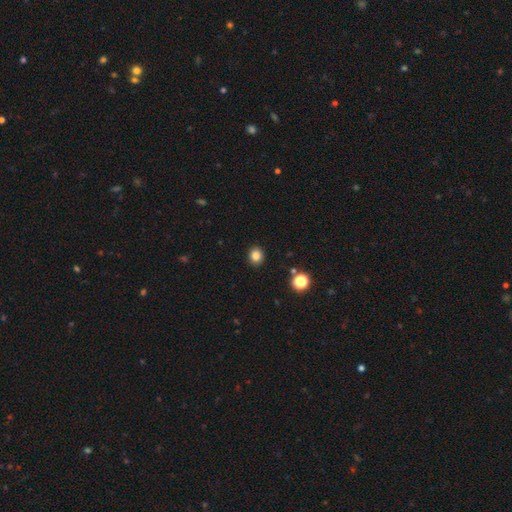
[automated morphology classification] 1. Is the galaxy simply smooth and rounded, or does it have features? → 84% smooth, 12% star or artifact, 4% featured or disk.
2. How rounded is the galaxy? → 79% round, 20% in between, 1% cigar-shaped.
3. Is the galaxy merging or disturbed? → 91% none, 6% minor disturbance, 2% major disturbance, 1% merger.